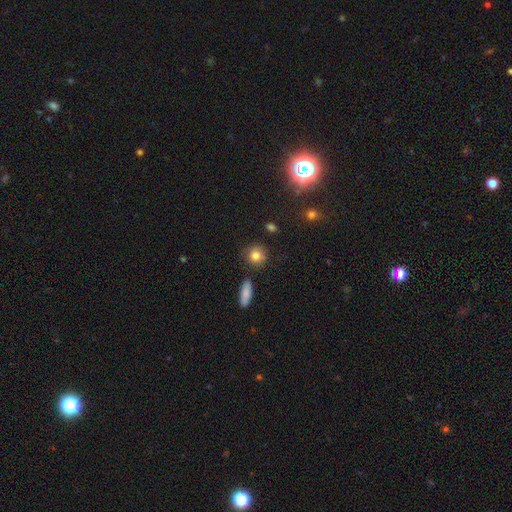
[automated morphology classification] type=smooth (82%); roundness=round (85%); merging=none (83%).